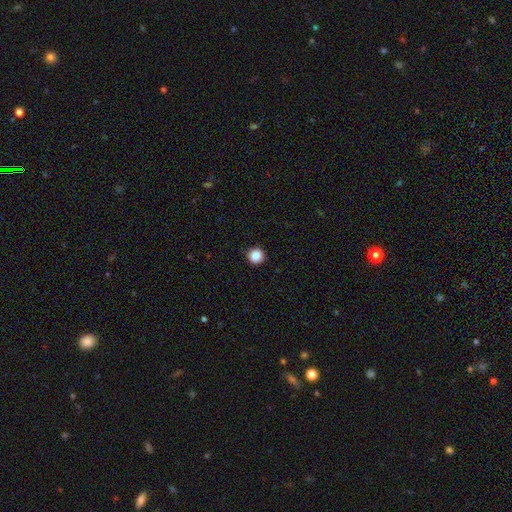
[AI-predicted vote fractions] smooth-or-featured: smooth: 87% | star or artifact: 10% | featured or disk: 3%
  how-rounded: round: 96% | in between: 3% | cigar-shaped: 1%
  merging: none: 93% | minor disturbance: 4% | major disturbance: 1% | merger: 1%